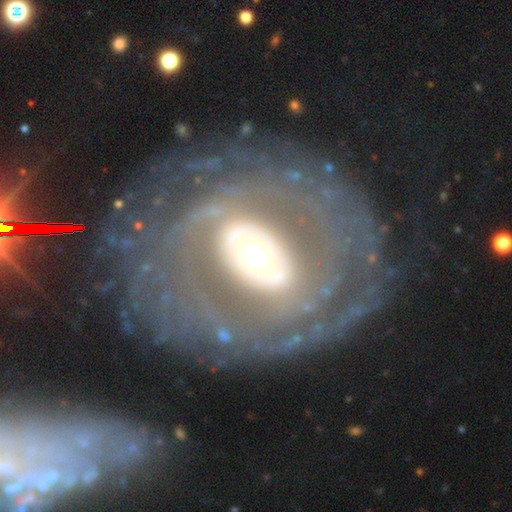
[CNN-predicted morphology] This is clearly a featured or disk galaxy (81%). It is clearly not viewed edge-on (95%). Bar: likely no (62%). Spiral arm pattern: likely yes (71%). Spiral arm count: marginally can't tell (42%). Spiral winding: likely tight (66%). Central bulge: possibly moderate (59%). Merging: likely none (74%).